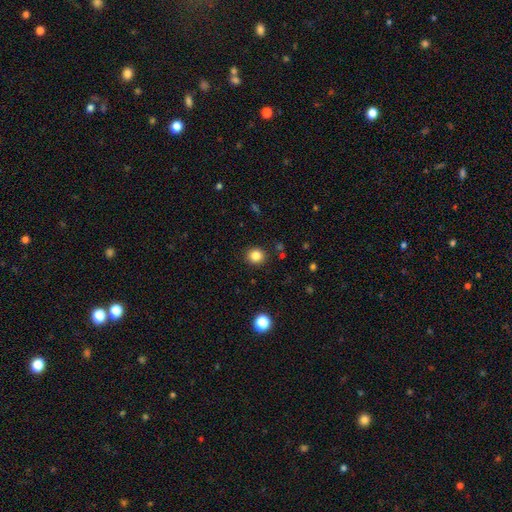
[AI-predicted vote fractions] A smooth galaxy with no disk features (84%) that is round (89%).

Vote fractions:
- Smooth or featured? smooth: 84% / star or artifact: 11% / featured or disk: 5%
- How rounded? round: 89% / in between: 11% / cigar-shaped: 1%
- Merging? none: 90% / minor disturbance: 6% / major disturbance: 2% / merger: 2%